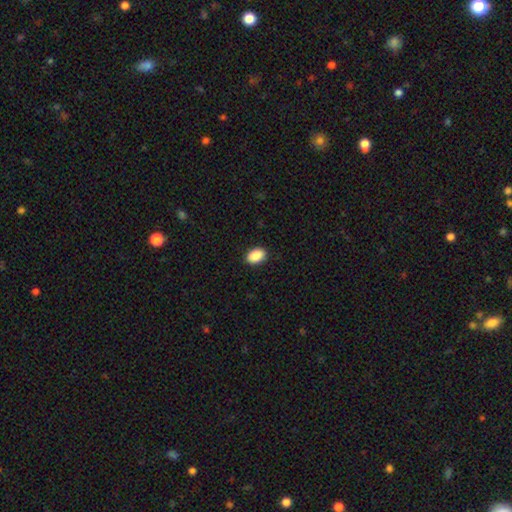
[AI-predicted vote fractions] Q: Smooth or featured?
A: smooth (89%); runner-up: star or artifact (7%)
Q: How rounded?
A: in between (87%); runner-up: round (12%)
Q: Merging?
A: none (90%); runner-up: minor disturbance (7%)